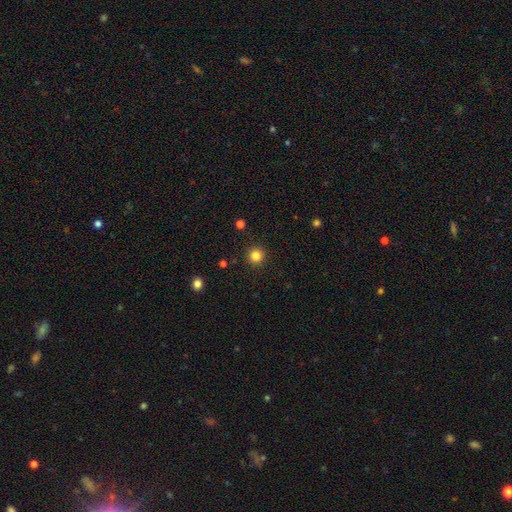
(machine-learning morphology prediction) The model was most divided on "smooth or featured": smooth: 83%, star or artifact: 12%, featured or disk: 5%. More confident: how rounded — round (95%); merging — none (92%).